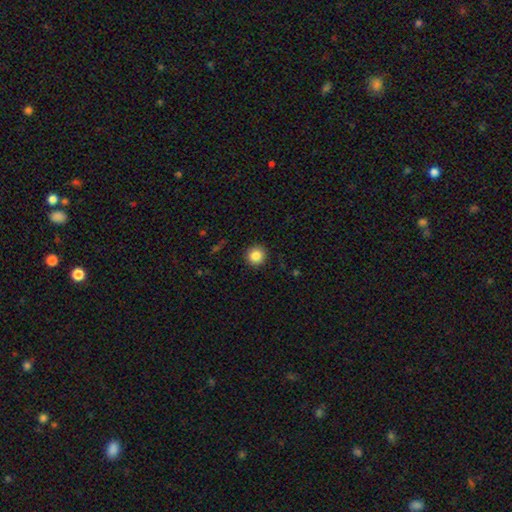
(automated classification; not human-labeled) Morphology: type=smooth (85%); roundness=round (94%); merging=none (92%).